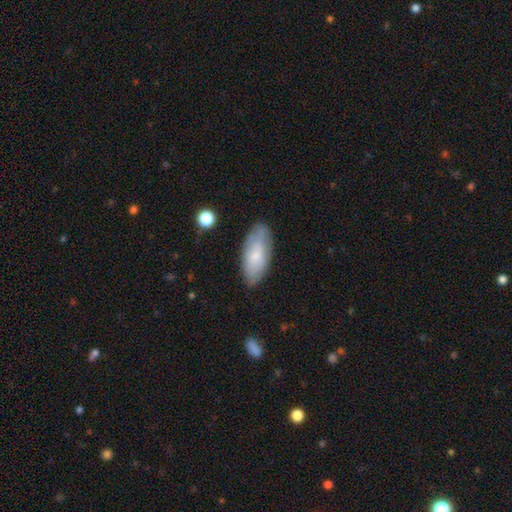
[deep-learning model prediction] smooth_or_featured: smooth (p=0.72) [alt: featured or disk p=0.22]
how_rounded: in between (p=0.87) [alt: cigar-shaped p=0.11]
merging: none (p=0.79) [alt: minor disturbance p=0.16]